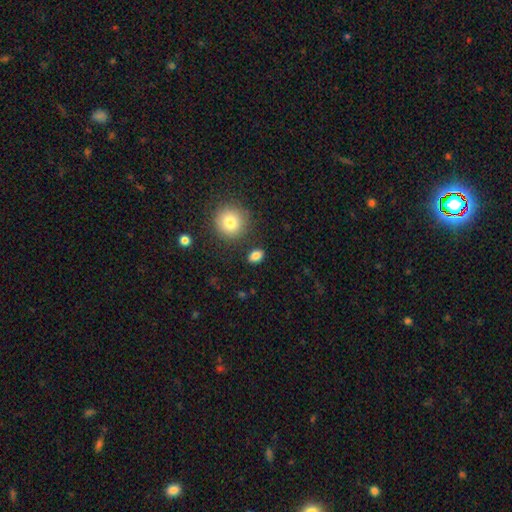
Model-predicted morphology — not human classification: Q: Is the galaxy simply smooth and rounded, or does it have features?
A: smooth — 84%.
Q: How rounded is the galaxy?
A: in between — 70%.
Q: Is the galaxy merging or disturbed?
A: none — 84%.